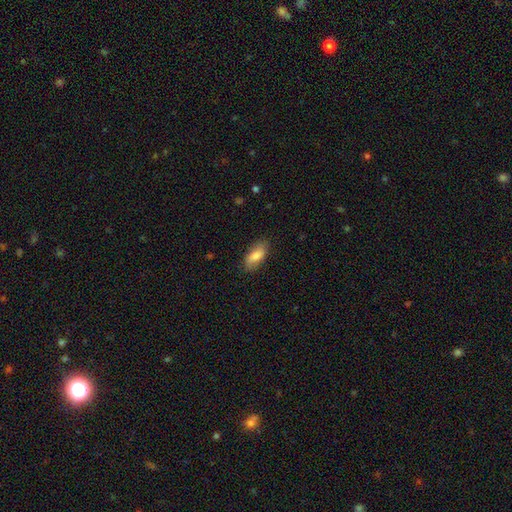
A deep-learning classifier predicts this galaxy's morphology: Smooth or featured?
  - smooth: 81% *
  - featured or disk: 13%
  - star or artifact: 7%
How rounded?
  - in between: 85% *
  - cigar-shaped: 13%
  - round: 3%
Merging?
  - none: 82% *
  - minor disturbance: 14%
  - major disturbance: 3%
  - merger: 1%